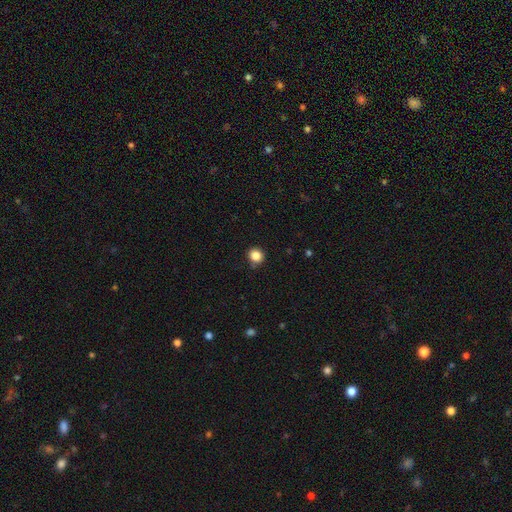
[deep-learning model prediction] Overall: smooth (85%). How rounded: round (91%). Merging: none (88%).